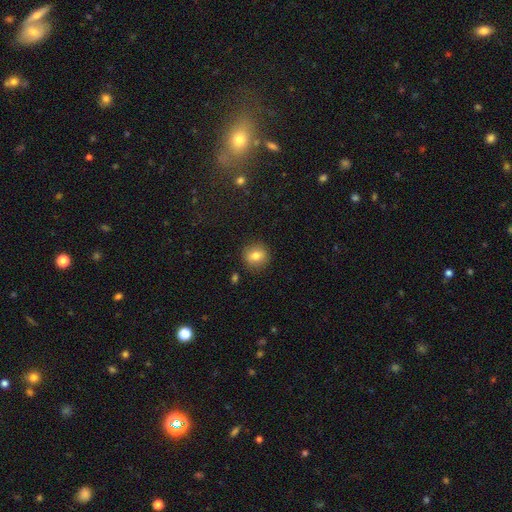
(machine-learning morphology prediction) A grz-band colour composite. It shows a smooth galaxy with no disk features (78%) that is round (82%). Merging: none (88%).